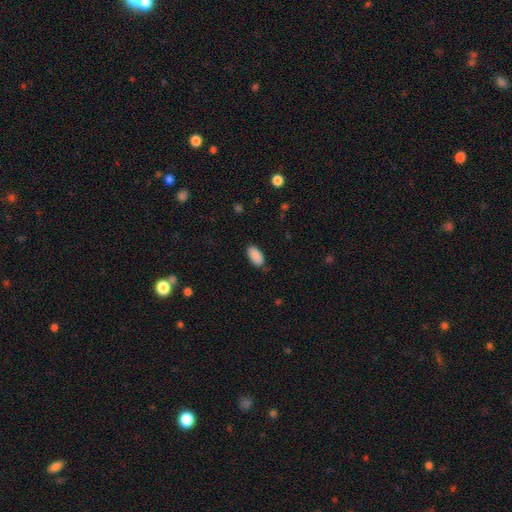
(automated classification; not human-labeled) smooth_or_featured: smooth (p=0.90) [alt: star or artifact p=0.07]
how_rounded: in between (p=0.95) [alt: cigar-shaped p=0.03]
merging: none (p=0.79) [alt: minor disturbance p=0.17]